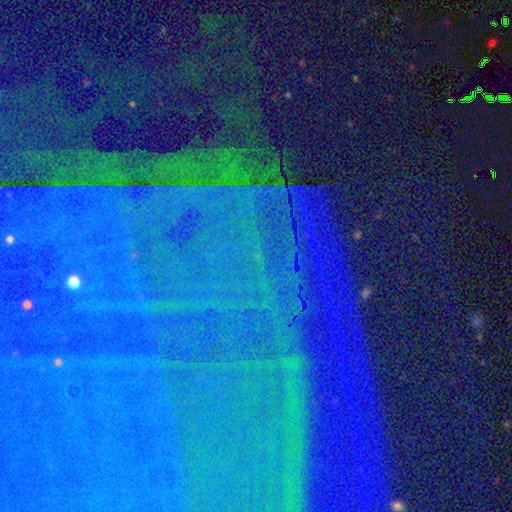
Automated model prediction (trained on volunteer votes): smooth-or-featured: star or artifact: 86% | featured or disk: 7% | smooth: 7%